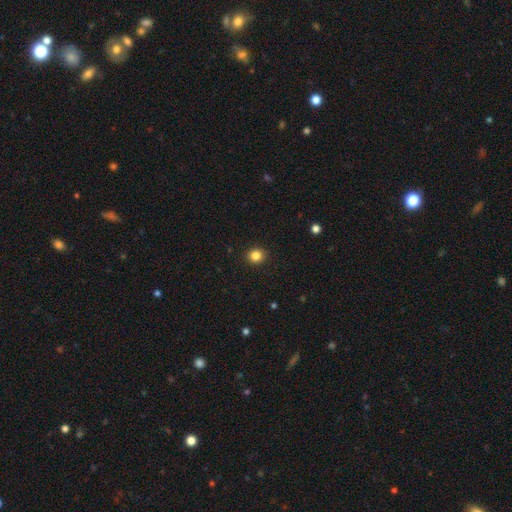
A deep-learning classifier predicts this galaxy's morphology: Overall: smooth (84%). How rounded: round (87%). Merging: none (92%).